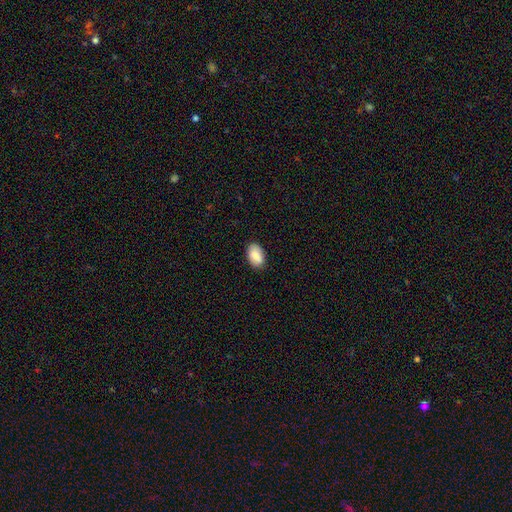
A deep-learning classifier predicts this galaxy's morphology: Q: Smooth or featured?
A: smooth (85%); runner-up: featured or disk (8%)
Q: How rounded?
A: in between (93%); runner-up: round (5%)
Q: Merging?
A: none (85%); runner-up: minor disturbance (11%)